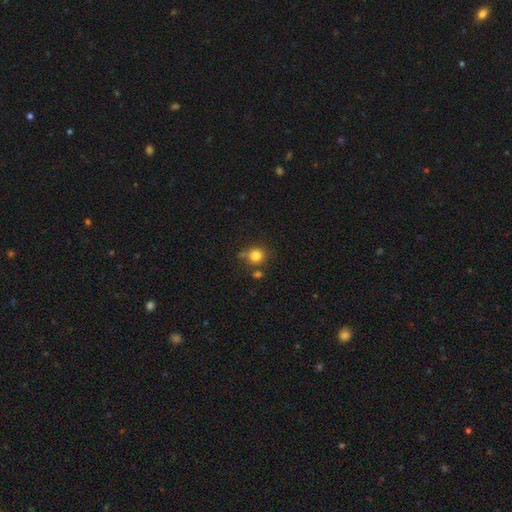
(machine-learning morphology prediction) type=smooth (81%); roundness=round (86%); merging=none (64%).